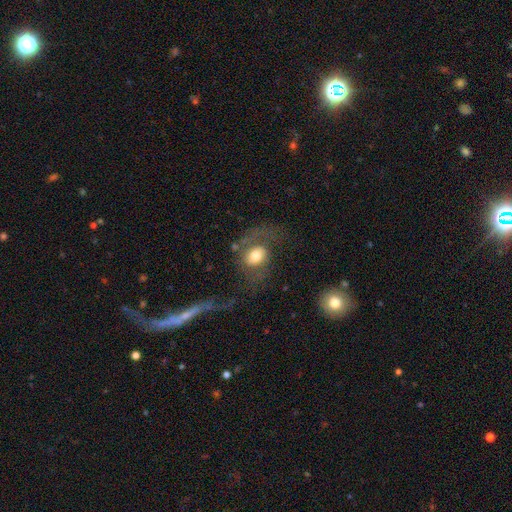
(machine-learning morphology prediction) smooth_or_featured: smooth (p=0.46) [alt: featured or disk p=0.45]
merging: none (p=0.42) [alt: major disturbance p=0.35]